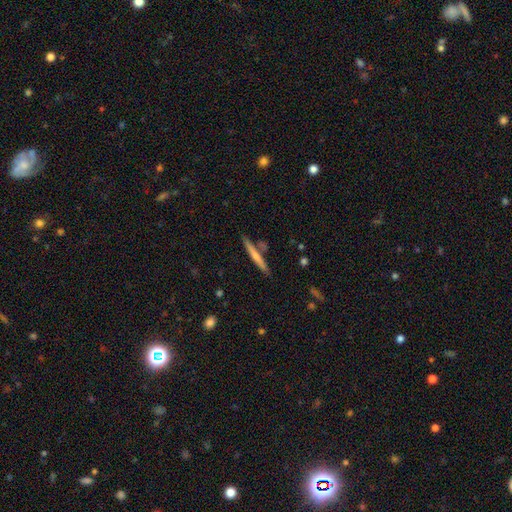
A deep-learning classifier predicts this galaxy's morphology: This appears to be a smooth galaxy with no disk features (53%) that is cigar-shaped (95%). Merging: none (80%).